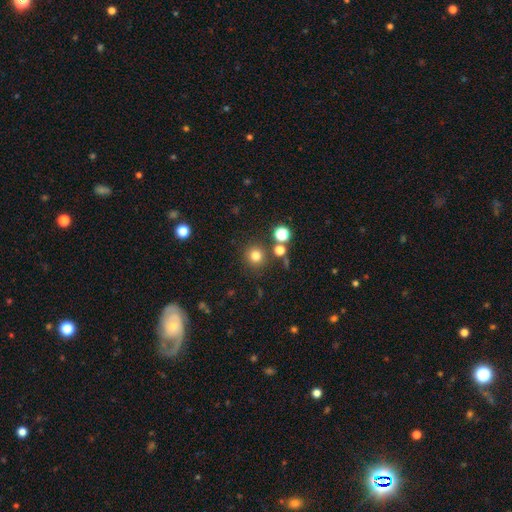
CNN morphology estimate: smooth_or_featured: smooth (p=0.78) [alt: star or artifact p=0.16]
how_rounded: round (p=0.93) [alt: in between p=0.06]
merging: none (p=0.84) [alt: minor disturbance p=0.07]